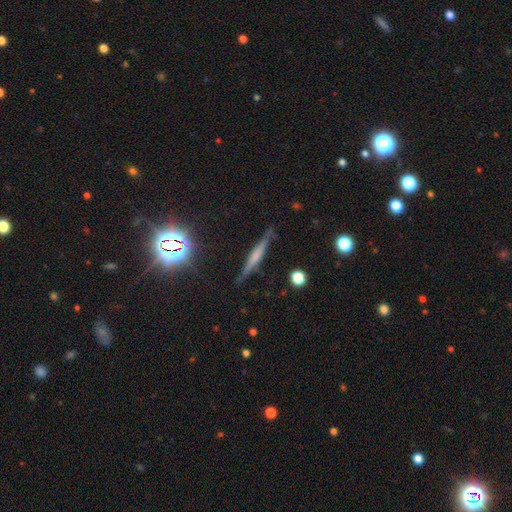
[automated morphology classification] This appears to be a featured or disk galaxy (53%) viewed edge-on (95%) with a rounded central bulge (36%). Merging: none (84%).